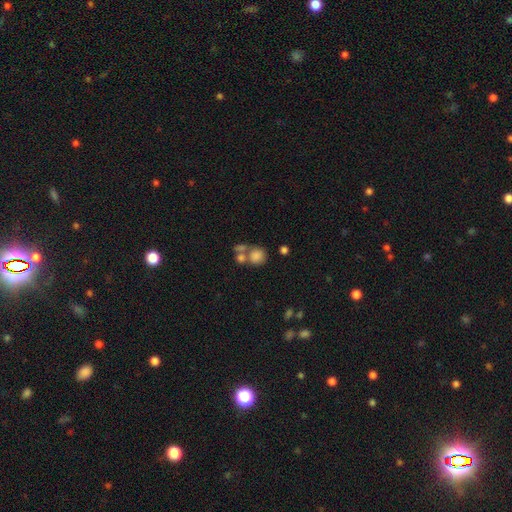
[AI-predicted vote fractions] smooth 78%, star or artifact 11%, featured or disk 11%. Down the decision tree: how rounded — round (83%); merging — merger (43%).